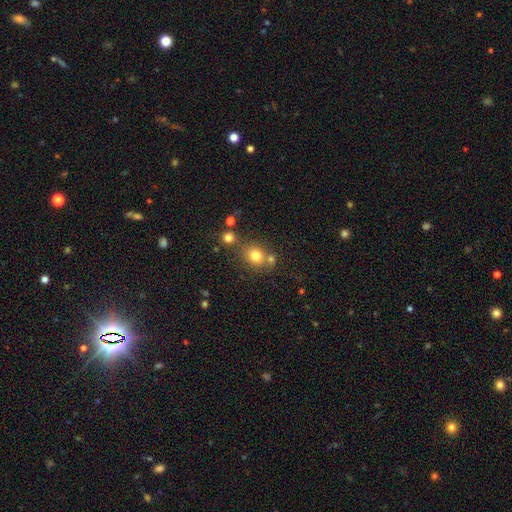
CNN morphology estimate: Smooth or featured: smooth — 77% (star or artifact — 14%)
How rounded: round — 75% (in between — 24%)
Merging: none — 62% (merger — 22%)